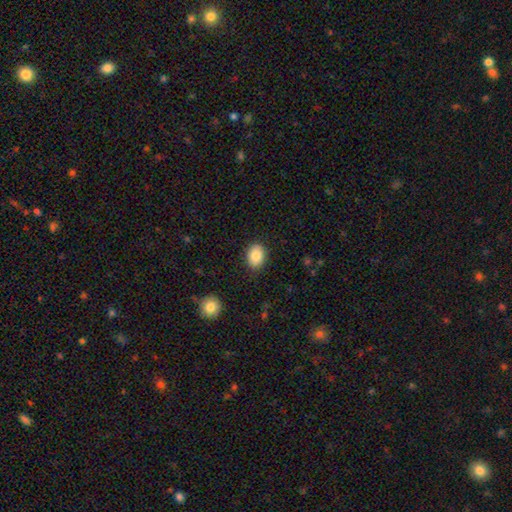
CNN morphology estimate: smooth_or_featured: smooth (p=0.87) [alt: star or artifact p=0.07]
how_rounded: in between (p=0.72) [alt: round p=0.27]
merging: none (p=0.87) [alt: minor disturbance p=0.10]